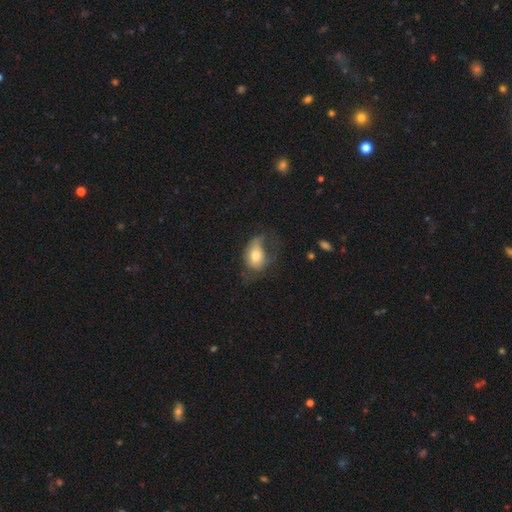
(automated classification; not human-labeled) A smooth galaxy with no disk features (66%) that is in between round and cigar-shaped (76%). Merging: major disturbance (40%).